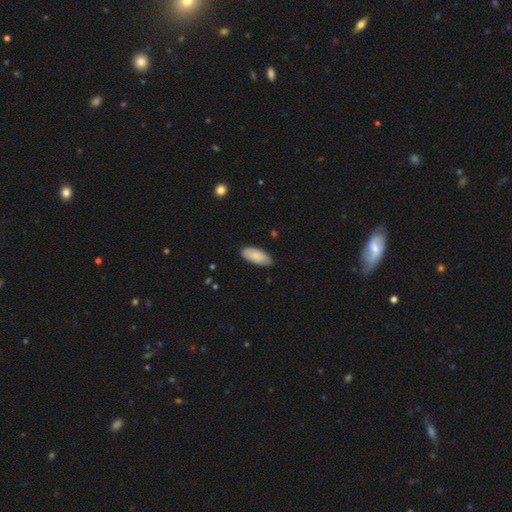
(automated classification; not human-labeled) Morphology: type=smooth (86%); roundness=in between (90%); merging=none (85%).